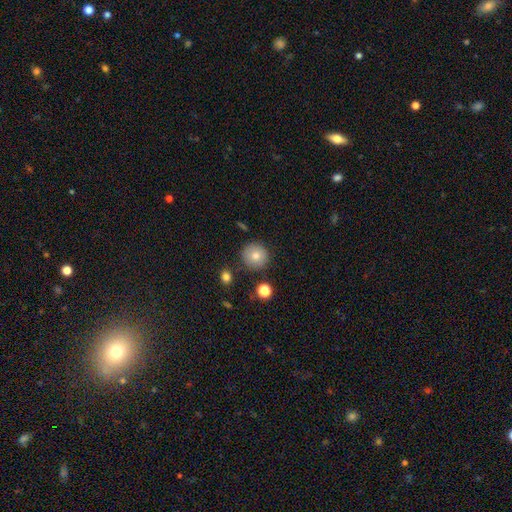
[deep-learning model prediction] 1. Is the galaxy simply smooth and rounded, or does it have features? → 79% smooth, 11% star or artifact, 11% featured or disk.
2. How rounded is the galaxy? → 95% round, 4% in between, 1% cigar-shaped.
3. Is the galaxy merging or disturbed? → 87% none, 8% minor disturbance, 3% merger, 2% major disturbance.